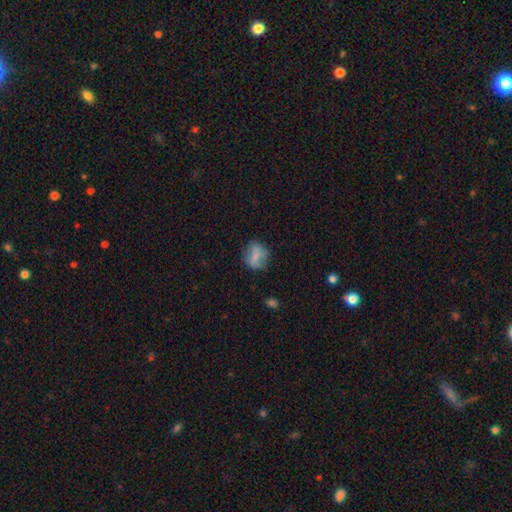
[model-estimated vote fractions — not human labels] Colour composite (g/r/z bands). It shows a smooth galaxy with no disk features (72%) that is round (61%). Merging: none (71%).